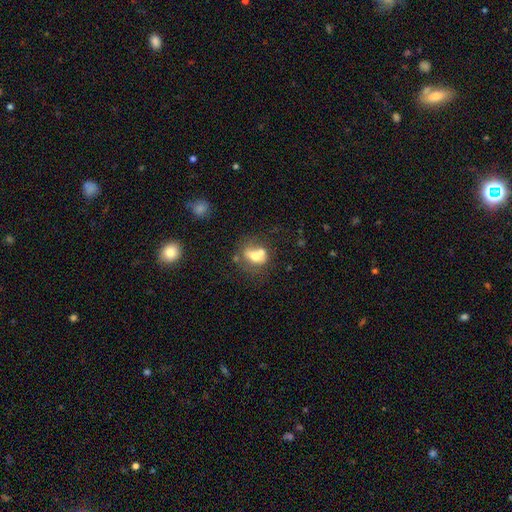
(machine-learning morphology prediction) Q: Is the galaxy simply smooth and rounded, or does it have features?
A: smooth — 57%.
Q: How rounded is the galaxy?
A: in between — 61%.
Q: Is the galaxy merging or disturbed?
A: merger — 40%.